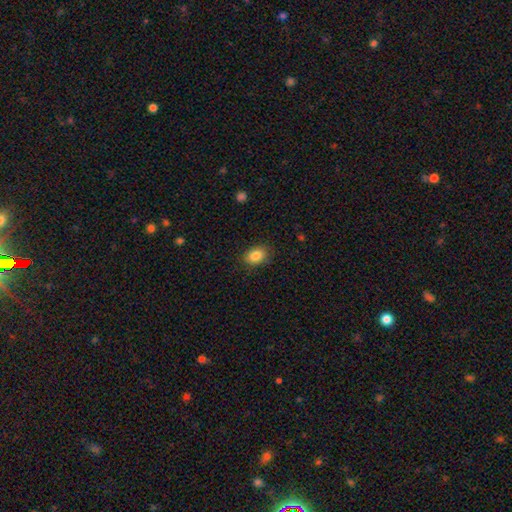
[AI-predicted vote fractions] This appears to be a smooth galaxy with no disk features (87%) that is in between round and cigar-shaped (79%). Merging: none (85%).